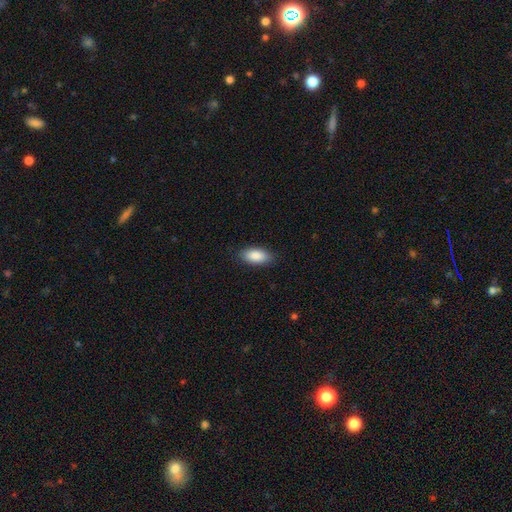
This is clearly a smooth galaxy (88%). How rounded: clearly in between (91%). Merging: clearly none (86%).